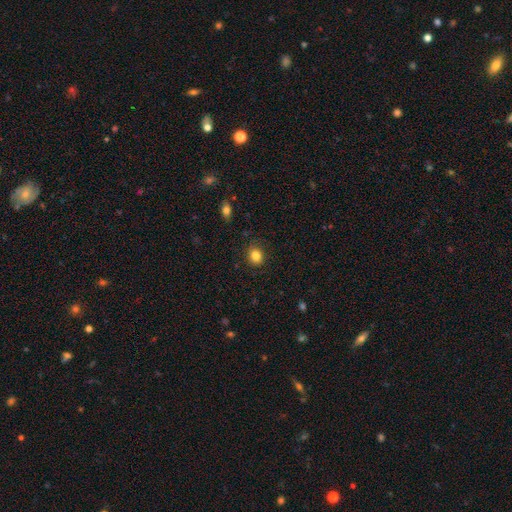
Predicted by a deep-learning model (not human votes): Q: Smooth or featured?
A: smooth (84%); runner-up: star or artifact (11%)
Q: How rounded?
A: round (67%); runner-up: in between (32%)
Q: Merging?
A: none (87%); runner-up: minor disturbance (9%)